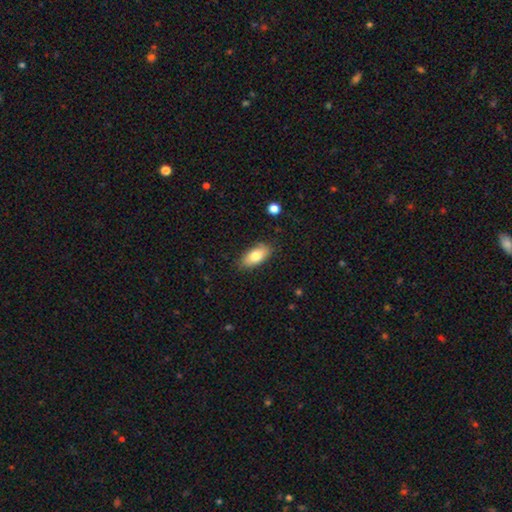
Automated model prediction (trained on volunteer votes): Morphology: type=smooth (77%); roundness=in between (88%); merging=none (84%).